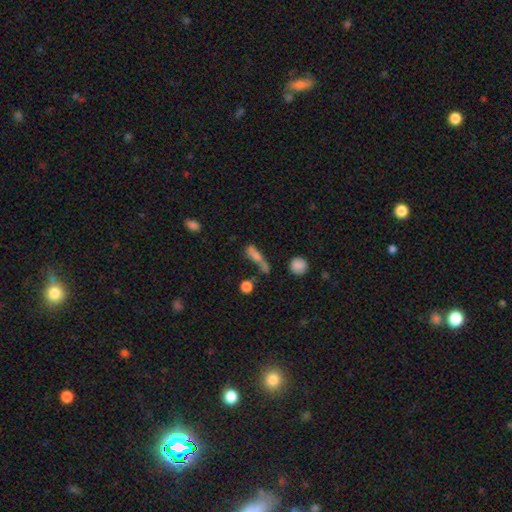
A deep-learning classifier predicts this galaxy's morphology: A smooth galaxy with no disk features (57%) that is cigar-shaped (63%).

Vote fractions:
- Smooth or featured? smooth: 57% / featured or disk: 27% / star or artifact: 16%
- How rounded? cigar-shaped: 63% / in between: 29% / round: 8%
- Merging? none: 46% / merger: 21% / minor disturbance: 19% / major disturbance: 14%